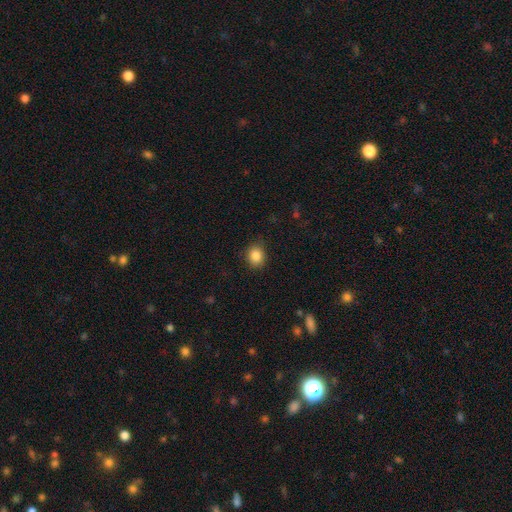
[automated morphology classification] type=smooth (87%); roundness=round (63%); merging=none (84%).